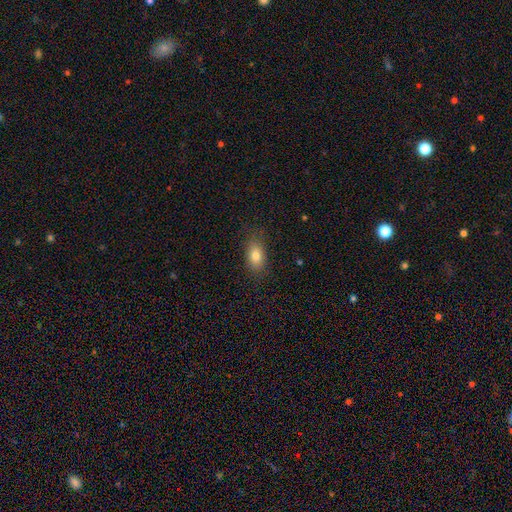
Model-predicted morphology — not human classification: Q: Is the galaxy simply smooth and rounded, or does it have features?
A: smooth — 81%.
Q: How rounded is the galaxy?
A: in between — 85%.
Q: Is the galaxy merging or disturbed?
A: none — 83%.